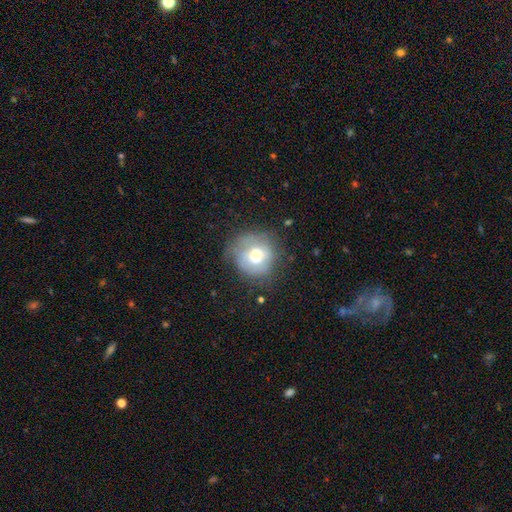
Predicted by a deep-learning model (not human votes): Overall: smooth (59%; featured or disk 32%). How rounded: round (82%). Merging: none (53%; minor disturbance 28%).